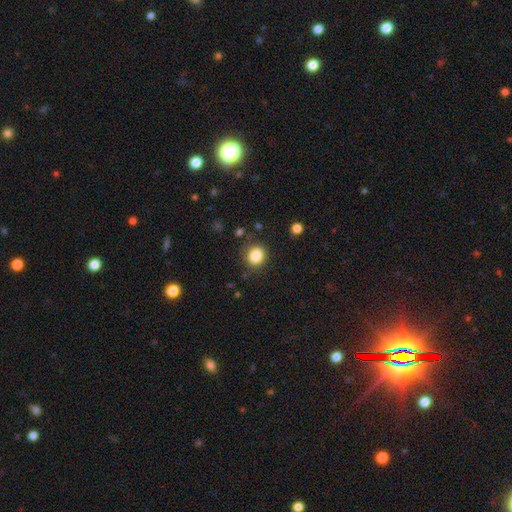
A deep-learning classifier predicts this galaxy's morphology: This is clearly a smooth galaxy (85%). How rounded: likely round (78%). Merging: clearly none (84%).